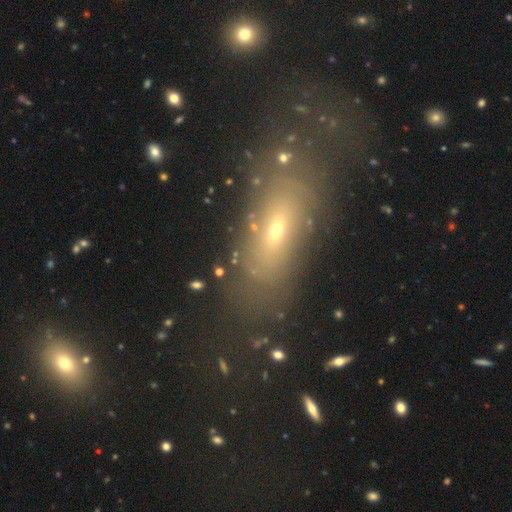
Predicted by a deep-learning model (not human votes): Overall: smooth (49%; featured or disk 32%). Merging: none (68%).